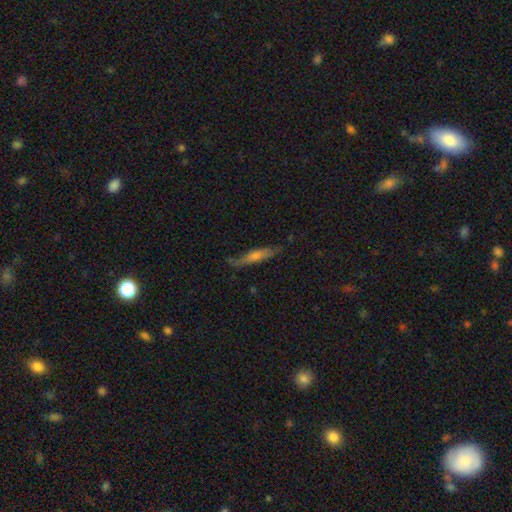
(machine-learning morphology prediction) A featured or disk galaxy (47%).

Vote fractions:
- Smooth or featured? featured or disk: 47% / smooth: 46% / star or artifact: 7%
- Merging? none: 75% / minor disturbance: 19% / major disturbance: 4% / merger: 2%